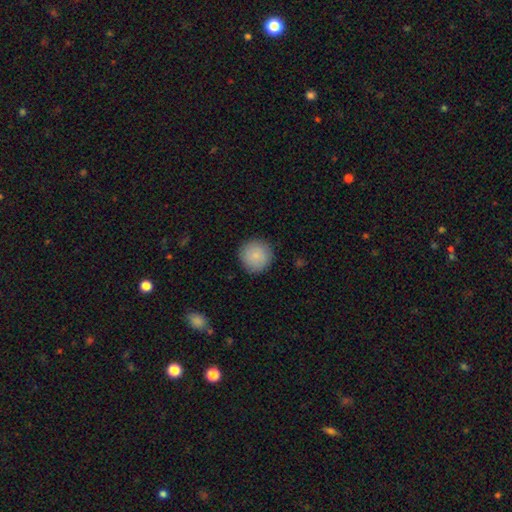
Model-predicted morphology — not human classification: Smooth or featured? Predicted: smooth (p=0.87). How rounded? Predicted: round (p=0.95). Merging? Predicted: none (p=0.90).